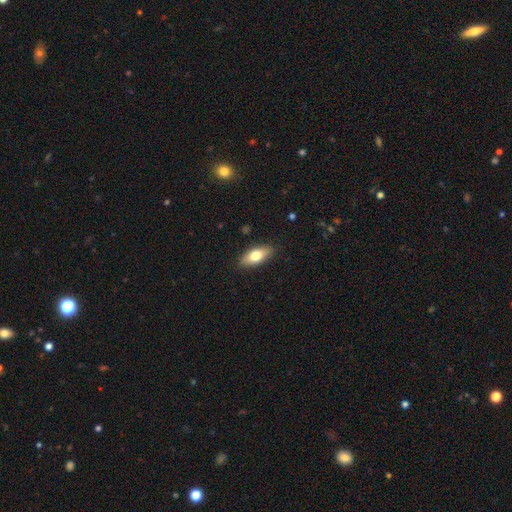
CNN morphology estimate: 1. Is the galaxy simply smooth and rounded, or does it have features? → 73% smooth, 20% featured or disk, 6% star or artifact.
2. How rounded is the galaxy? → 82% in between, 15% cigar-shaped, 3% round.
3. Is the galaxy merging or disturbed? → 88% none, 9% minor disturbance, 2% major disturbance, 1% merger.